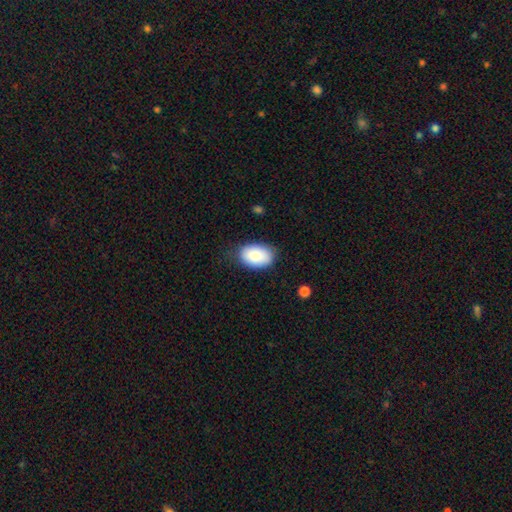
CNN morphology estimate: A smooth galaxy with no disk features (86%) that is in between round and cigar-shaped (90%). Merging: none (78%).